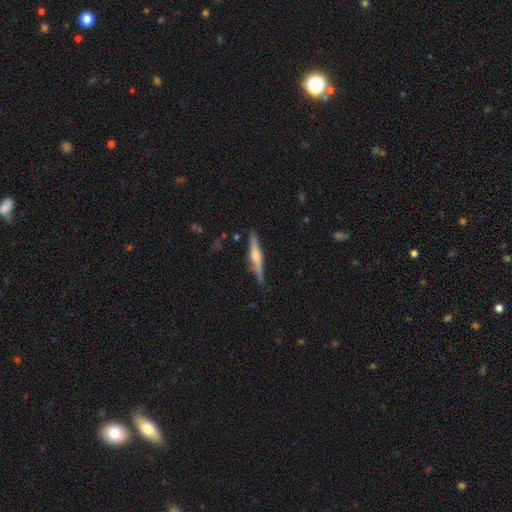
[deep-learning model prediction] featured or disk 68%, smooth 27%, star or artifact 5%. Down the decision tree: edge-on disk — yes (97%); edge-on bulge — rounded (85%); merging — none (86%).